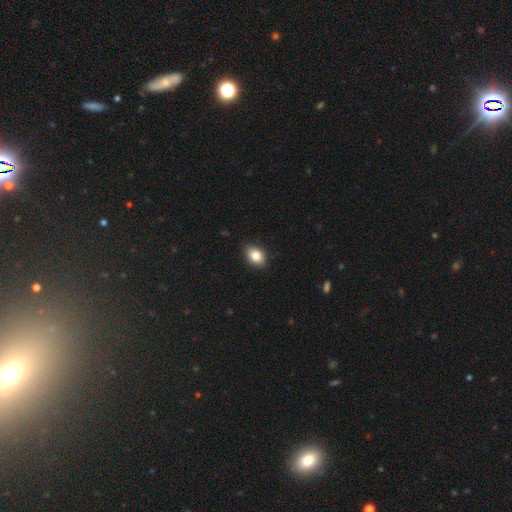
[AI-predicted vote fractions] A smooth galaxy with no disk features (85%) that is in between round and cigar-shaped (79%).

Vote fractions:
- Smooth or featured? smooth: 85% / star or artifact: 8% / featured or disk: 7%
- How rounded? in between: 79% / round: 19% / cigar-shaped: 1%
- Merging? none: 88% / minor disturbance: 10% / major disturbance: 2% / merger: 1%